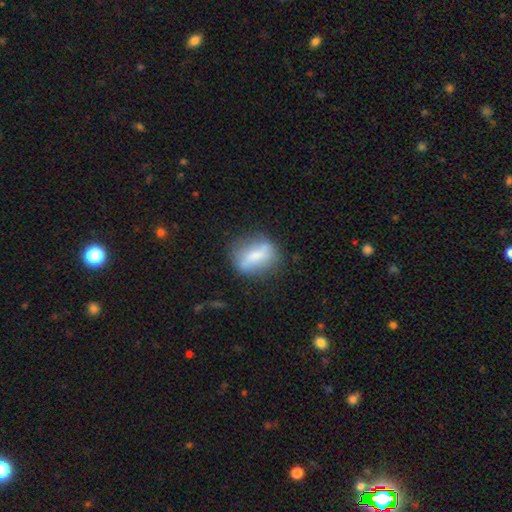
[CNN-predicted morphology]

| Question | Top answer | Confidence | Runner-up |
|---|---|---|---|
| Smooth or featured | smooth | 54% | featured or disk (37%) |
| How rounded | in between | 54% | round (37%) |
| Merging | none | 65% | minor disturbance (21%) |